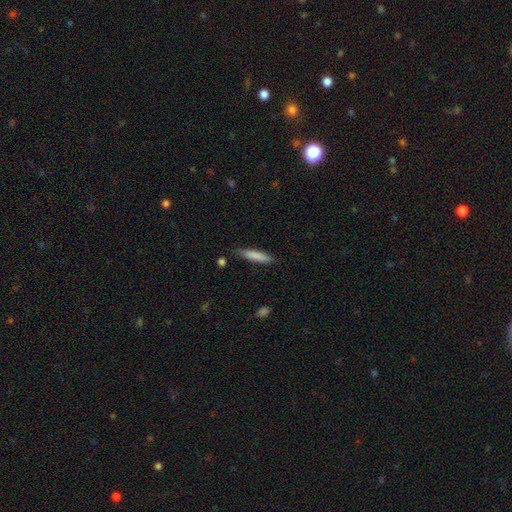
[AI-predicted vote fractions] smooth 82%, featured or disk 12%, star or artifact 6%. Down the decision tree: how rounded — cigar-shaped (87%); merging — none (83%).